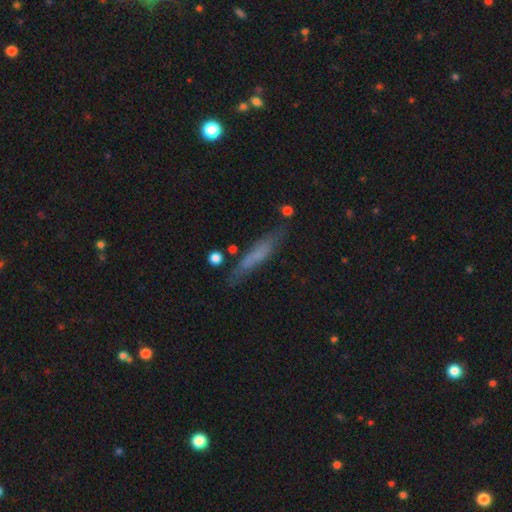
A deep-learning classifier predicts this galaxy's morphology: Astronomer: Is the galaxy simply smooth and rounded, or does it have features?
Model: smooth — 55% (runner-up: featured or disk, 35%).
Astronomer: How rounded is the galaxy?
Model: cigar-shaped — 88%.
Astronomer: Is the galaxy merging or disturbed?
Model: none — 73%.